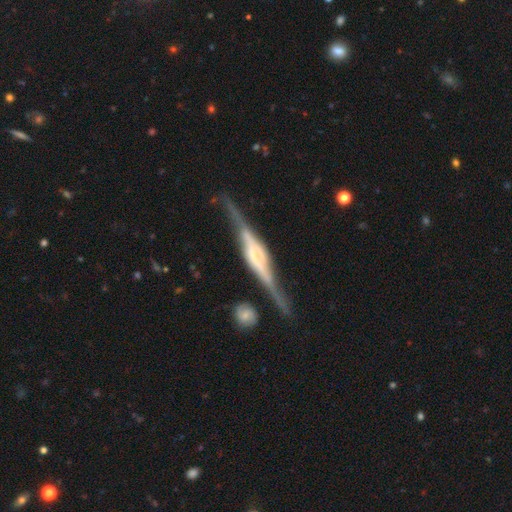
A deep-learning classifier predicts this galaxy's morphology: A featured or disk galaxy (88%) viewed edge-on (96%) with a boxy central bulge (56%). Merging: none (78%).